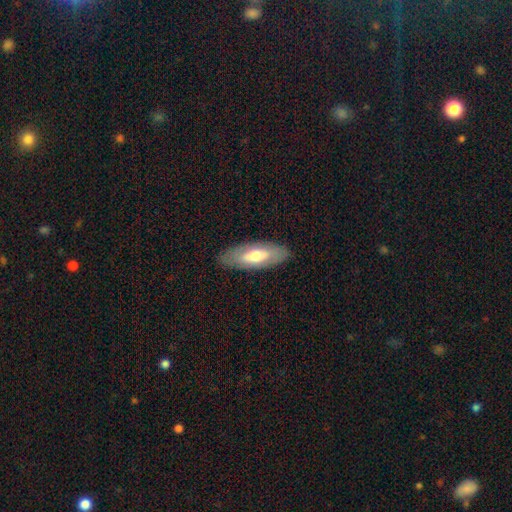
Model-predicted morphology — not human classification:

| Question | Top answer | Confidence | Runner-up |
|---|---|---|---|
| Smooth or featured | smooth | 57% | featured or disk (38%) |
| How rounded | in between | 71% | cigar-shaped (27%) |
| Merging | none | 85% | minor disturbance (11%) |